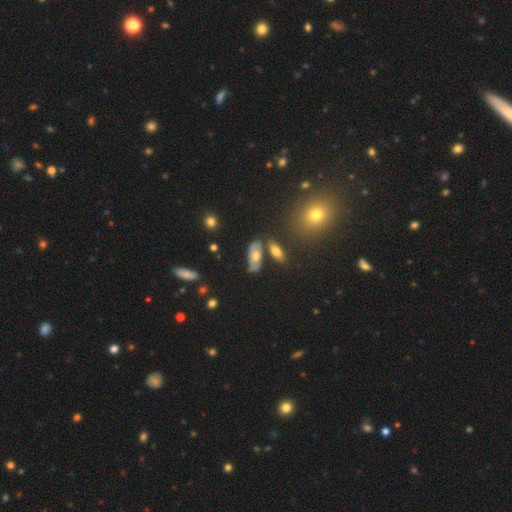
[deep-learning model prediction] The model was most divided on "smooth or featured": featured or disk: 46%, smooth: 45%, star or artifact: 8%. More confident: merging — none (66%).